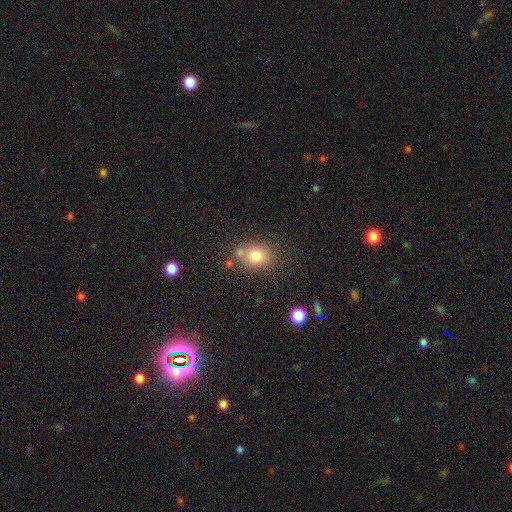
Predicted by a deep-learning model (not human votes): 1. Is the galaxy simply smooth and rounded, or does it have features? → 78% smooth, 11% featured or disk, 11% star or artifact.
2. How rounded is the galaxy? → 51% in between, 48% round, 1% cigar-shaped.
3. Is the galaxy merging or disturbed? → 62% none, 17% minor disturbance, 16% merger, 5% major disturbance.